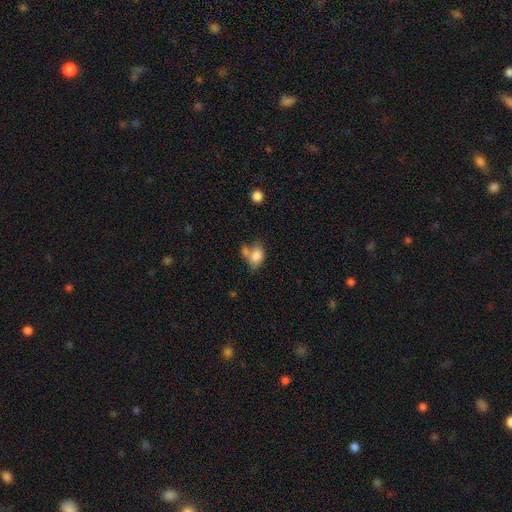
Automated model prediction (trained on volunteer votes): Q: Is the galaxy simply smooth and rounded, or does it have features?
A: smooth — 81%.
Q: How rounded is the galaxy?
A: in between — 78%.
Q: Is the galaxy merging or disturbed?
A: merger — 40%.